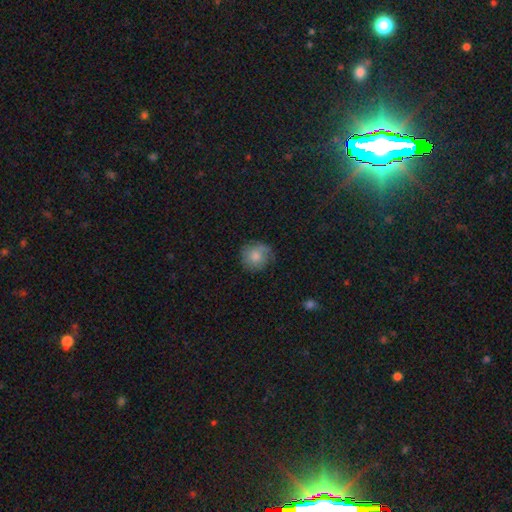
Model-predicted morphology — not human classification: smooth 74%, featured or disk 18%, star or artifact 8%. Down the decision tree: how rounded — round (87%); merging — none (71%).